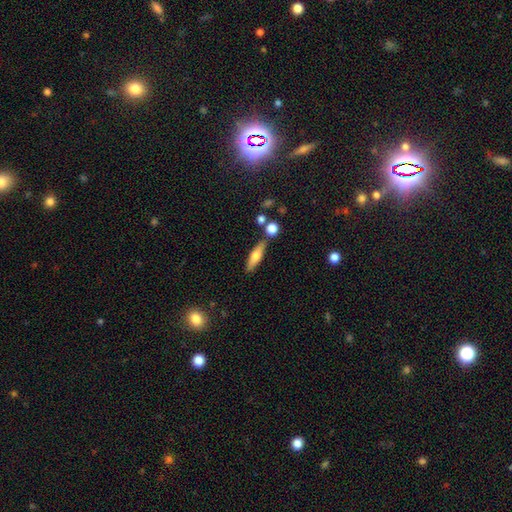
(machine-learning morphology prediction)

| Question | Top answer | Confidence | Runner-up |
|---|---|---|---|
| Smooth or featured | smooth | 58% | featured or disk (36%) |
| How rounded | cigar-shaped | 61% | in between (36%) |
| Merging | none | 77% | minor disturbance (12%) |